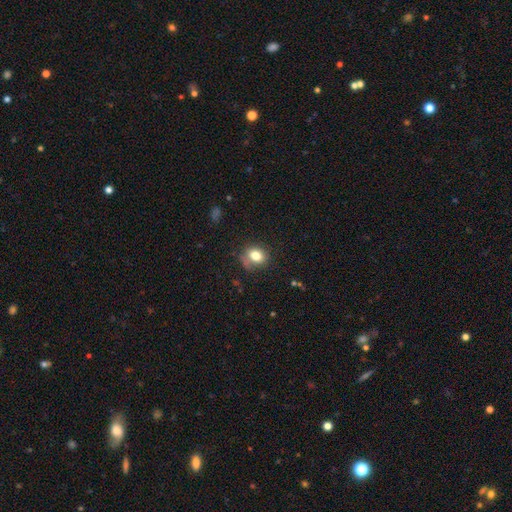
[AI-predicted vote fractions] smooth_or_featured: smooth (p=0.78) [alt: star or artifact p=0.11]
how_rounded: round (p=0.55) [alt: in between p=0.44]
merging: none (p=0.67) [alt: minor disturbance p=0.22]